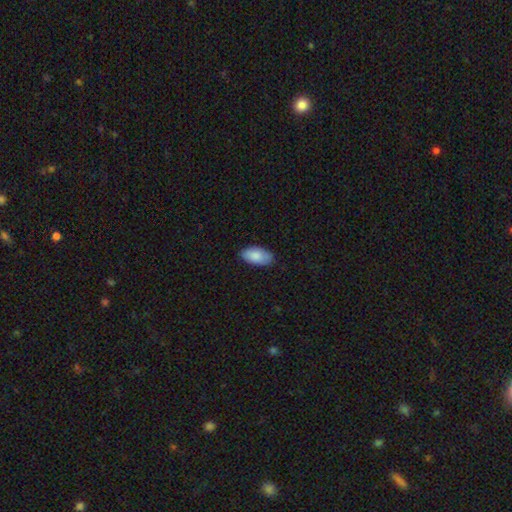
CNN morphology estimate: Overall: smooth (87%). How rounded: in between (95%). Merging: none (84%).